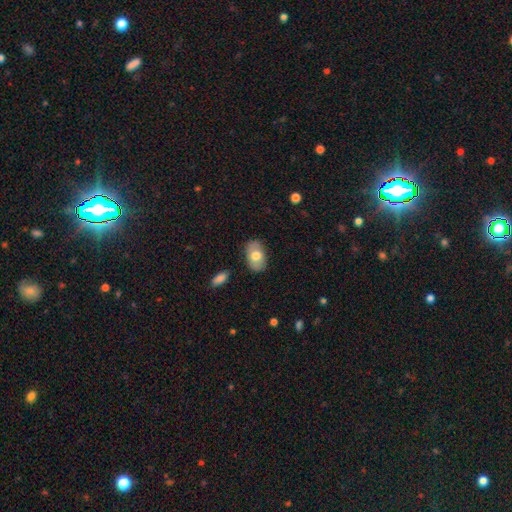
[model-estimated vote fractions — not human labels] The model was most divided on "smooth or featured": smooth: 70%, featured or disk: 23%, star or artifact: 6%. More confident: how rounded — in between (90%); merging — none (84%).